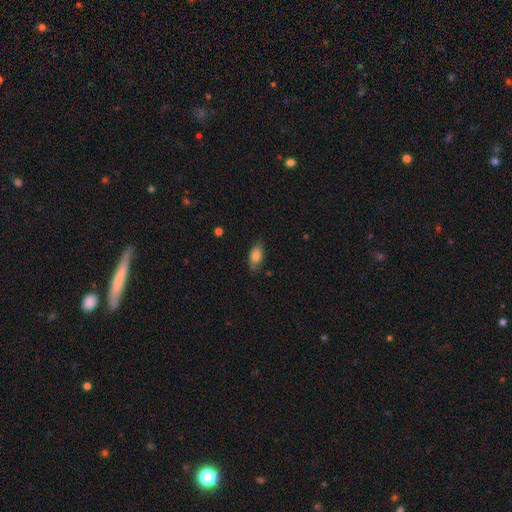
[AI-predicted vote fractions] Q: Smooth or featured?
A: smooth (82%); runner-up: featured or disk (10%)
Q: How rounded?
A: in between (88%); runner-up: cigar-shaped (8%)
Q: Merging?
A: none (80%); runner-up: minor disturbance (16%)